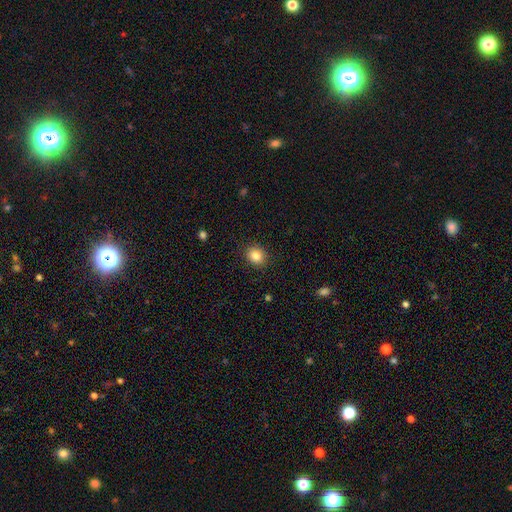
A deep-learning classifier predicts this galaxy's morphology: Smooth or featured: smooth — 84% (star or artifact — 10%)
How rounded: round — 68% (in between — 32%)
Merging: none — 90% (minor disturbance — 7%)